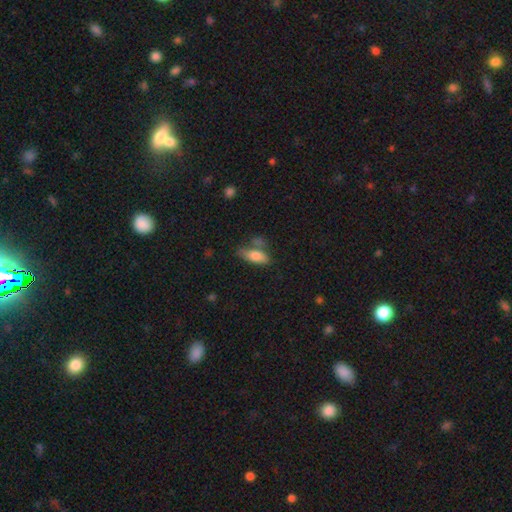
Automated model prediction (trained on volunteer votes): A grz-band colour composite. It shows a smooth galaxy with no disk features (78%) that is in between round and cigar-shaped (78%). Merging: none (53%).